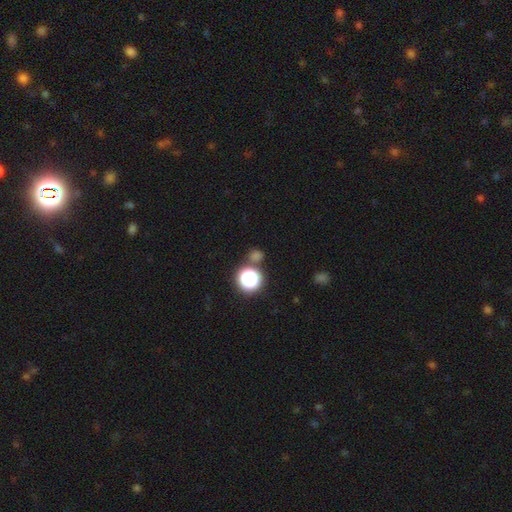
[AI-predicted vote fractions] Smooth or featured?
  - smooth: 48% *
  - star or artifact: 45%
  - featured or disk: 7%
Merging?
  - none: 75% *
  - merger: 13%
  - minor disturbance: 9%
  - major disturbance: 4%